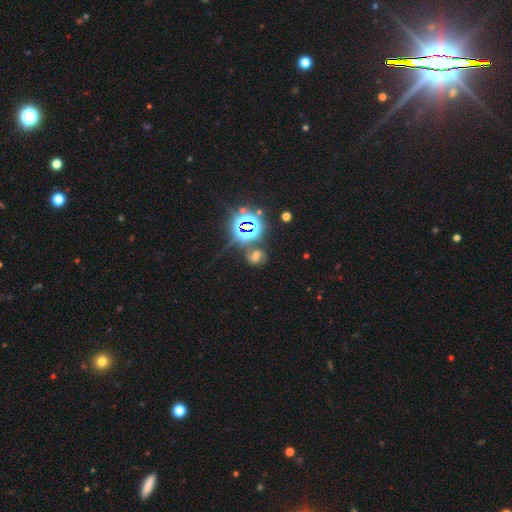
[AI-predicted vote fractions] This is possibly a star or artifact rather than a galaxy (46%).